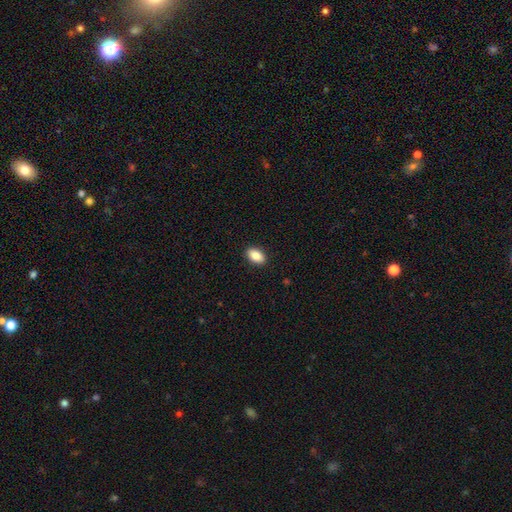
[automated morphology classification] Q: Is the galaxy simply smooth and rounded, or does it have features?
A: smooth — 87%.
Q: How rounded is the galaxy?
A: in between — 92%.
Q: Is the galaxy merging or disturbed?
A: none — 91%.